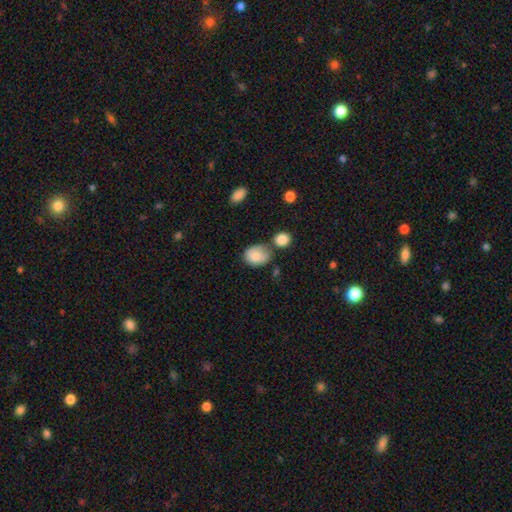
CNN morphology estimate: smooth 82%, featured or disk 10%, star or artifact 8%. Down the decision tree: how rounded — in between (62%); merging — none (49%).